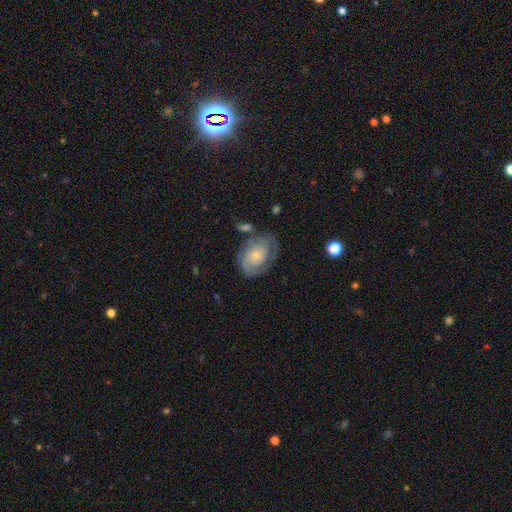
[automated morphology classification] smooth_or_featured: featured or disk (p=0.65) [alt: smooth p=0.29]
disk_edge_on: no (p=0.97) [alt: yes p=0.03]
bar: no (p=0.75) [alt: weak p=0.22]
has_spiral_arms: yes (p=0.85) [alt: no p=0.15]
spiral_winding: tight (p=0.55) [alt: medium p=0.33]
spiral_arm_count: can't tell (p=0.38) [alt: 2 p=0.35]
bulge_size: small (p=0.65) [alt: moderate p=0.28]
merging: none (p=0.59) [alt: minor disturbance p=0.23]